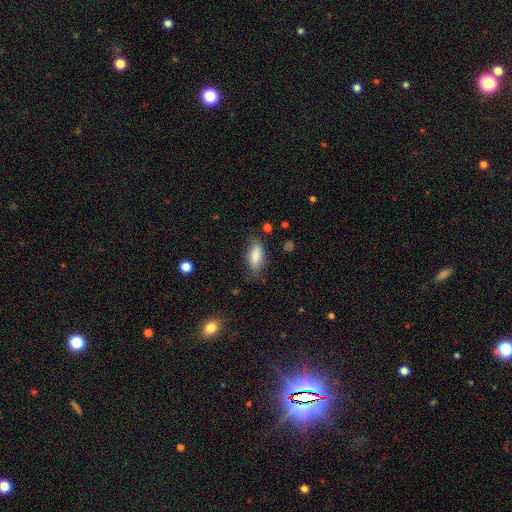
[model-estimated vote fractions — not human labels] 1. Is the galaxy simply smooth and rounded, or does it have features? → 78% smooth, 14% featured or disk, 7% star or artifact.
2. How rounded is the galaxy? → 81% in between, 16% cigar-shaped, 3% round.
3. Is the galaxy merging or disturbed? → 62% none, 27% minor disturbance, 9% major disturbance, 2% merger.